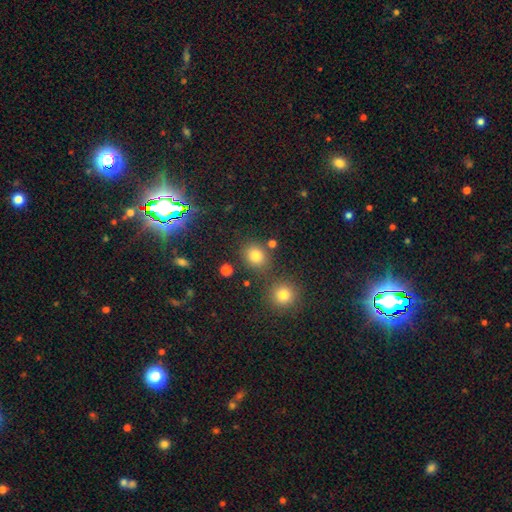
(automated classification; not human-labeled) smooth_or_featured: smooth (p=0.77) [alt: star or artifact p=0.16]
how_rounded: round (p=0.74) [alt: in between p=0.25]
merging: none (p=0.76) [alt: minor disturbance p=0.10]